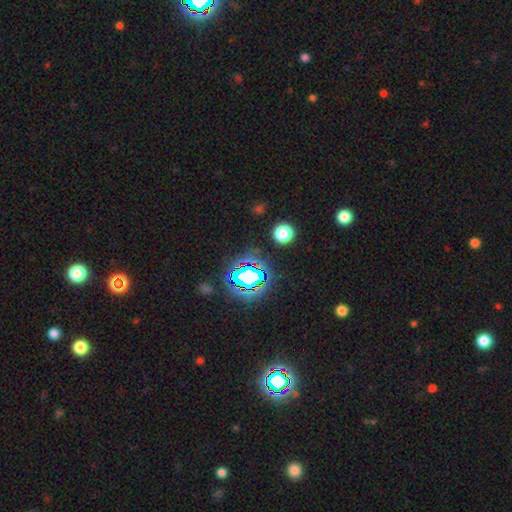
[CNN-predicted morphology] This is likely a star or artifact rather than a galaxy (79%).